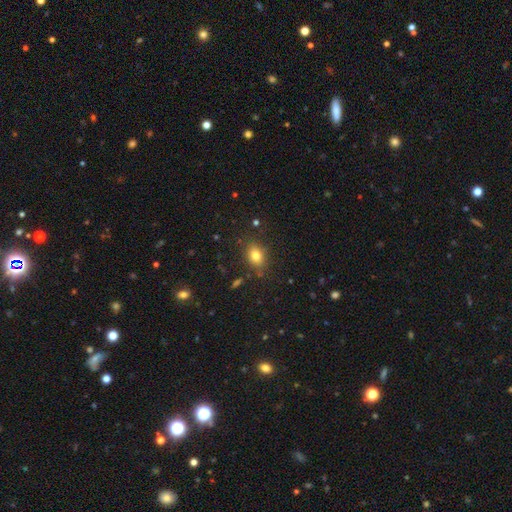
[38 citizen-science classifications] A smooth galaxy with no disk features (84%) that is in between round and cigar-shaped (81%). Merging: none (87%).